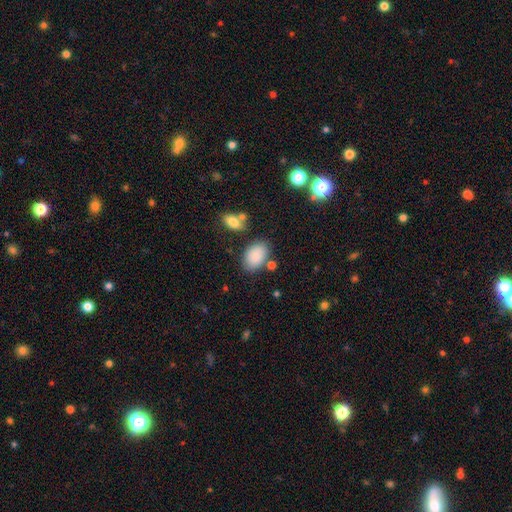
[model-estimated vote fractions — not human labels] A smooth galaxy with no disk features (87%) that is in between round and cigar-shaped (89%). Merging: none (73%).